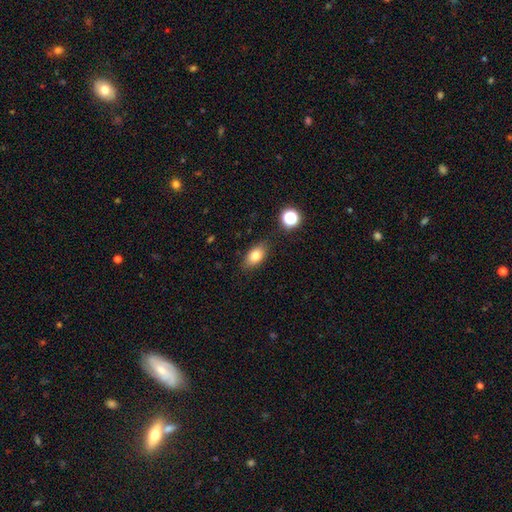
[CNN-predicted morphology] A smooth galaxy with no disk features (80%) that is in between round and cigar-shaped (86%). Merging: none (83%).